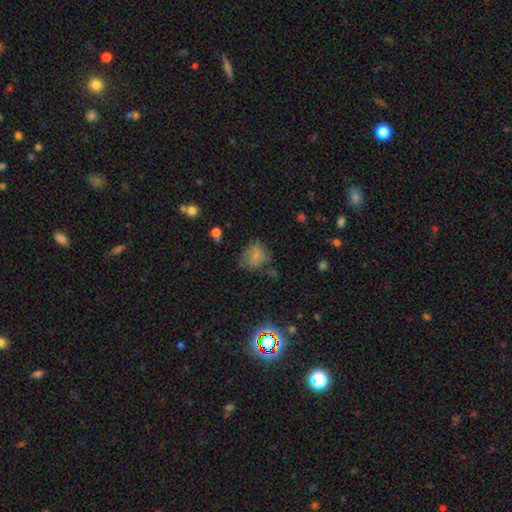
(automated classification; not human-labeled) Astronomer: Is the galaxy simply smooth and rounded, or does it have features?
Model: smooth — 71%.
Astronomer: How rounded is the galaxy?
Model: round — 64%.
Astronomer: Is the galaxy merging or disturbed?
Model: none — 55%.